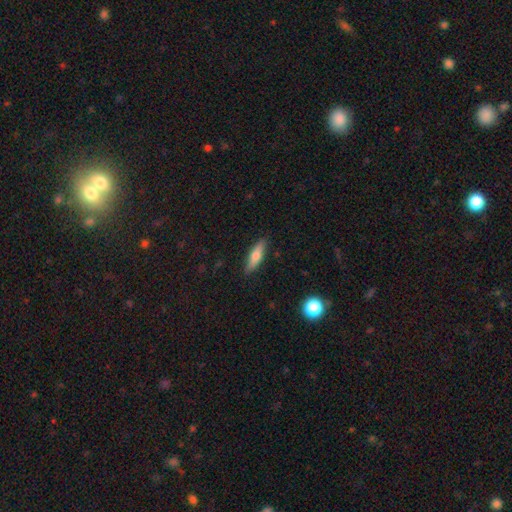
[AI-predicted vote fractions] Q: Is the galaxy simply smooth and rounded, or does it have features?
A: smooth — 66%.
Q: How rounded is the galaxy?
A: cigar-shaped — 62%.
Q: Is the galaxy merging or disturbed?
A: none — 87%.